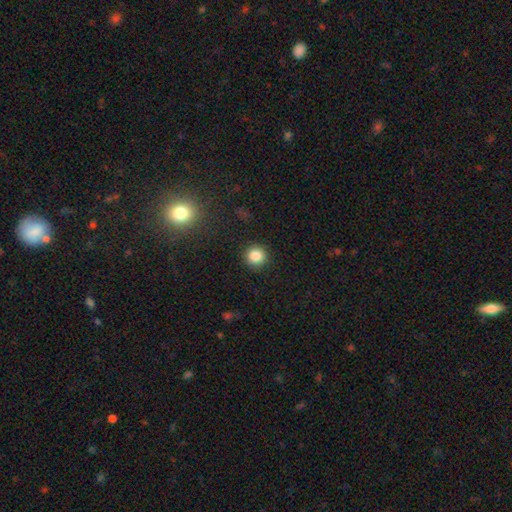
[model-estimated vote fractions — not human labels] Smooth or featured?
  - smooth: 84% *
  - star or artifact: 11%
  - featured or disk: 5%
How rounded?
  - round: 94% *
  - in between: 5%
  - cigar-shaped: 1%
Merging?
  - none: 91% *
  - minor disturbance: 6%
  - major disturbance: 2%
  - merger: 1%